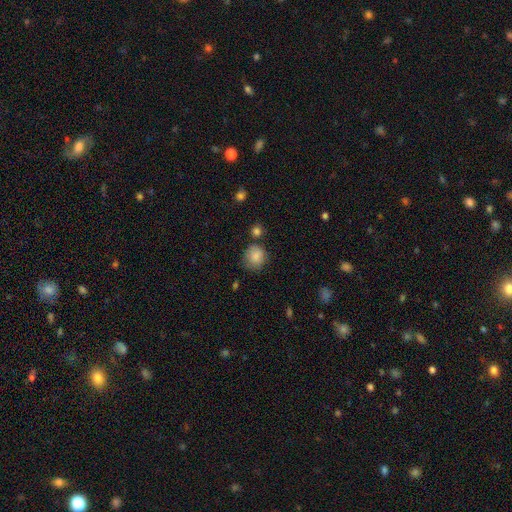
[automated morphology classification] Smooth or featured? smooth (84%)
How rounded? round (81%)
Merging? none (64%)